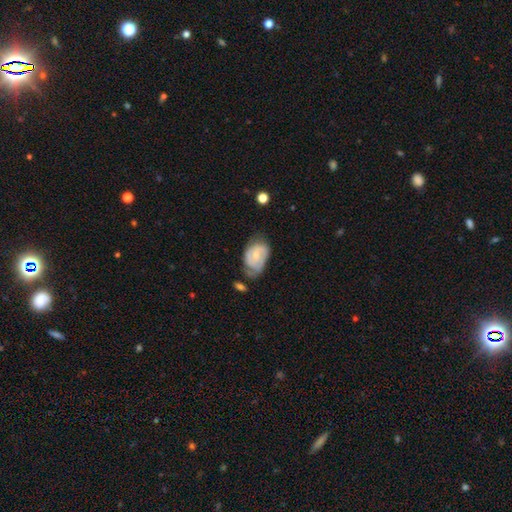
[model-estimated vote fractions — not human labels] Smooth or featured? Predicted: featured or disk (p=0.65). Edge-on disk? Predicted: no (p=0.97). Bar? Predicted: no (p=0.63). Spiral arms? Predicted: yes (p=0.87). Spiral winding? Predicted: tight (p=0.53). Spiral arm count? Predicted: 2 (p=0.50). Bulge size? Predicted: small (p=0.54). Merging? Predicted: none (p=0.44).